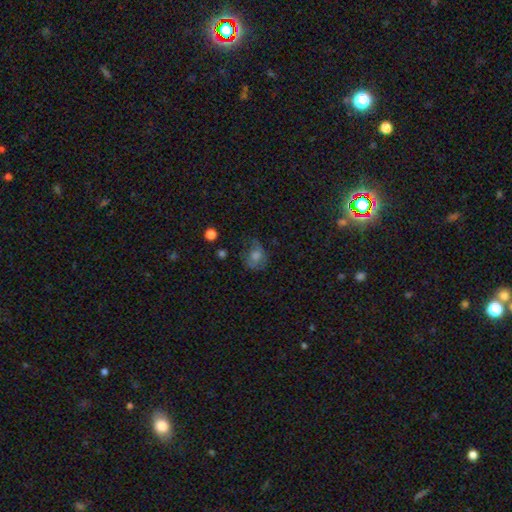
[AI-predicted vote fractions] A smooth galaxy with no disk features (55%) that is round (62%).

Vote fractions:
- Smooth or featured? smooth: 55% / featured or disk: 26% / star or artifact: 19%
- How rounded? round: 62% / in between: 37% / cigar-shaped: 1%
- Merging? none: 48% / minor disturbance: 29% / major disturbance: 21% / merger: 2%